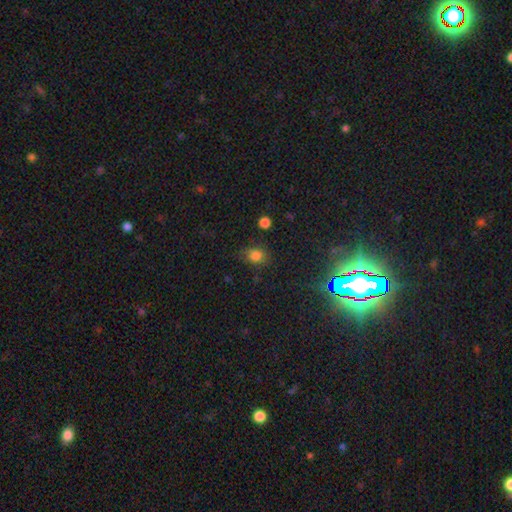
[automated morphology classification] Overall: smooth (78%). How rounded: round (52%; in between 47%). Merging: none (74%).